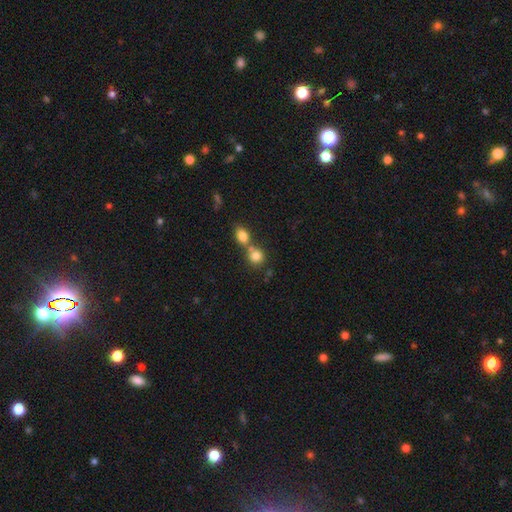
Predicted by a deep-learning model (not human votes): smooth_or_featured: smooth (p=0.80) [alt: star or artifact p=0.10]
how_rounded: round (p=0.79) [alt: in between p=0.19]
merging: merger (p=0.47) [alt: none p=0.43]